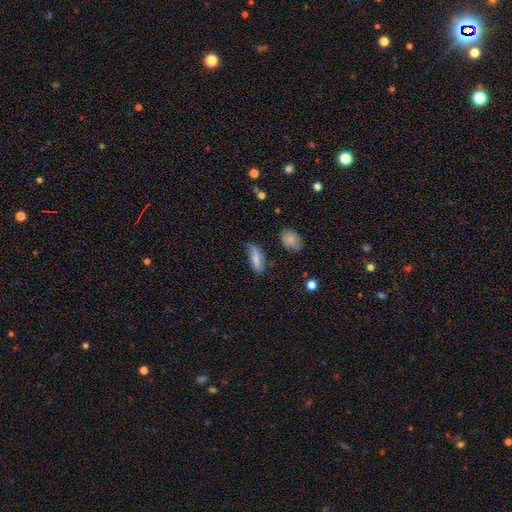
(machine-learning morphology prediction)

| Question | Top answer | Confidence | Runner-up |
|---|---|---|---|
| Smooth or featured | smooth | 58% | featured or disk (32%) |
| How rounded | in between | 63% | cigar-shaped (34%) |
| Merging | none | 53% | minor disturbance (33%) |